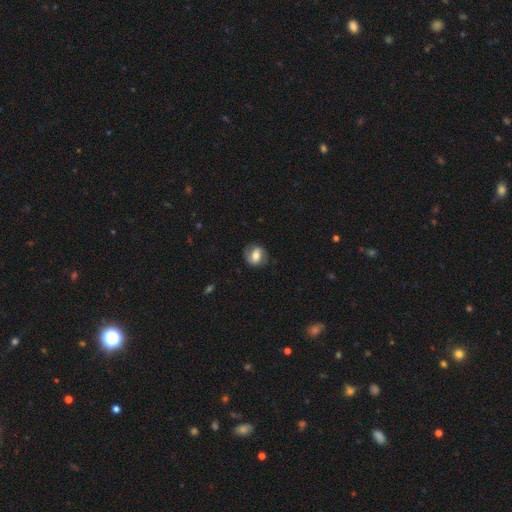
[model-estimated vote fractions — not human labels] Morphology: type=smooth (49%); merging=none (77%).